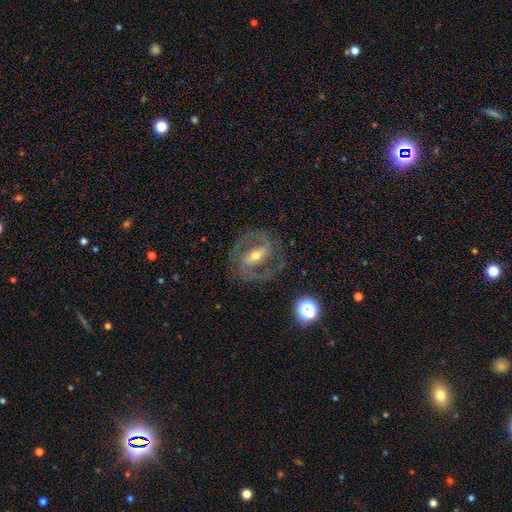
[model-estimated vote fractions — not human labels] featured or disk 84%, smooth 10%, star or artifact 6%. Down the decision tree: edge-on disk — no (94%); bar — strong (55%); spiral arms — yes (86%); spiral arm count — 2 (85%); spiral winding — medium (49%); bulge size — moderate (58%); merging — none (77%).